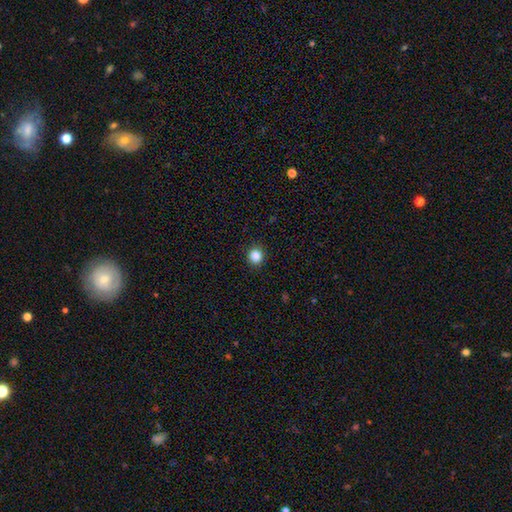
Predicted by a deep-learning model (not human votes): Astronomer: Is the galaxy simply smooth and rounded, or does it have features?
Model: smooth — 86%.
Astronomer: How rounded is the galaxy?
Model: round — 87%.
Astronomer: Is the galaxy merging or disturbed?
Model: none — 92%.